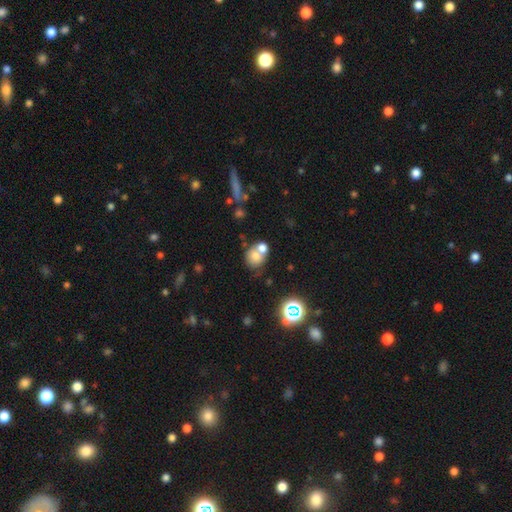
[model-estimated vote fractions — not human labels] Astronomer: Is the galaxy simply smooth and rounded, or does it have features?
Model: smooth — 69%.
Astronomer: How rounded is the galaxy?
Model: round — 68%.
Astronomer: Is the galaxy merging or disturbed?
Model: merger — 48% (runner-up: none, 37%).